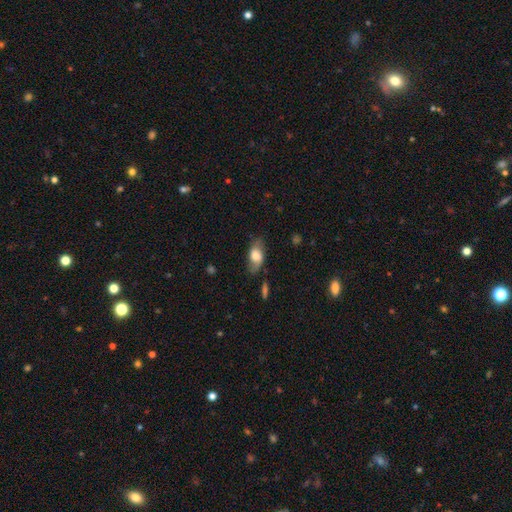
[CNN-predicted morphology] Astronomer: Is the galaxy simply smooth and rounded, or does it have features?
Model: smooth — 65%.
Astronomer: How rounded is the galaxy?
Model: in between — 87%.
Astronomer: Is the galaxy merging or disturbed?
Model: none — 72%.